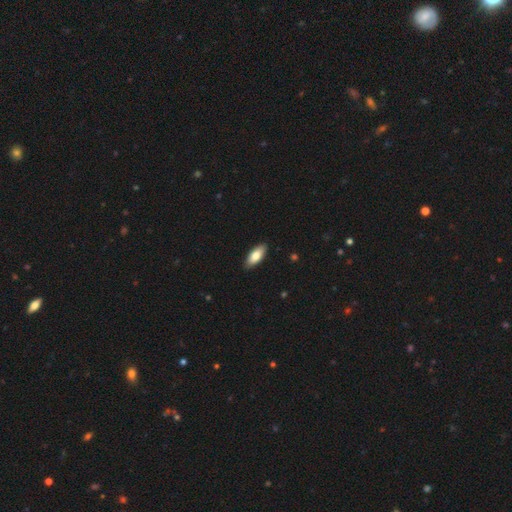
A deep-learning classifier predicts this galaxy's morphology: A smooth galaxy with no disk features (81%) that is in between round and cigar-shaped (82%).

Vote fractions:
- Smooth or featured? smooth: 81% / featured or disk: 13% / star or artifact: 6%
- How rounded? in between: 82% / cigar-shaped: 16% / round: 2%
- Merging? none: 88% / minor disturbance: 9% / major disturbance: 2% / merger: 1%